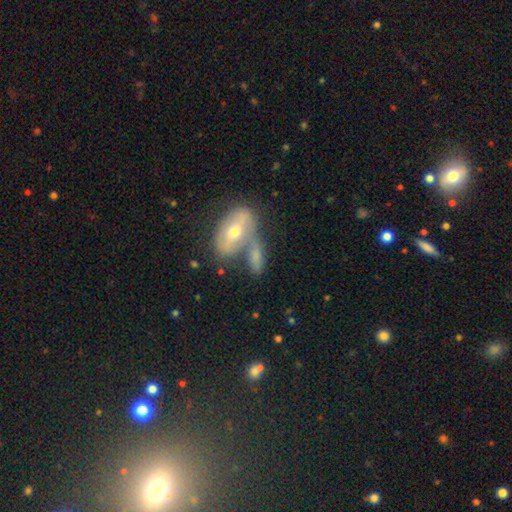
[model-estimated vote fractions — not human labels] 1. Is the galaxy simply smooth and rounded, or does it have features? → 54% smooth, 37% featured or disk, 9% star or artifact.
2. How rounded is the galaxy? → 77% in between, 15% cigar-shaped, 8% round.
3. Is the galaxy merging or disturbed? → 53% merger, 29% none, 11% minor disturbance, 7% major disturbance.